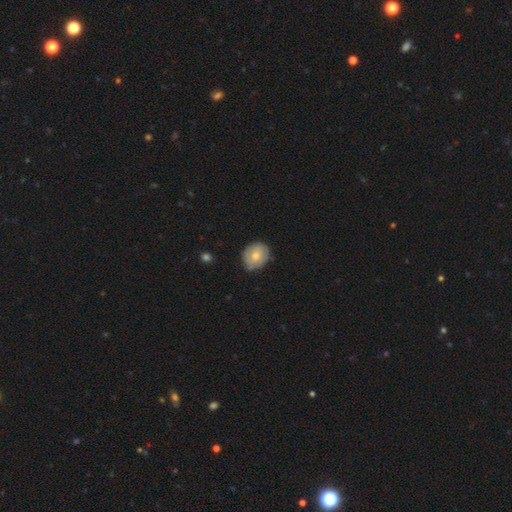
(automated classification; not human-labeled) This is likely a smooth galaxy (67%). How rounded: possibly round (60%). Merging: likely none (72%).